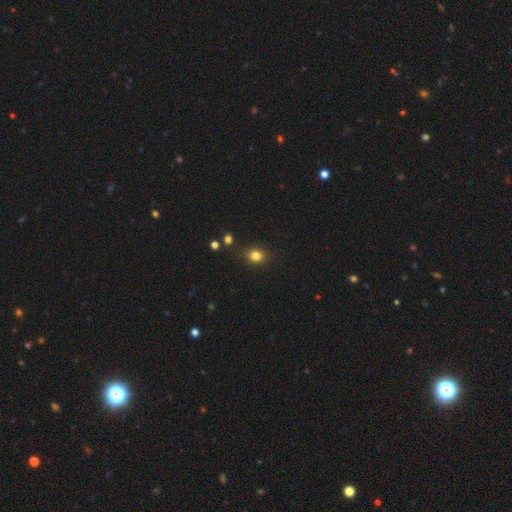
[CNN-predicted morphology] type=smooth (81%); roundness=round (68%); merging=none (84%).